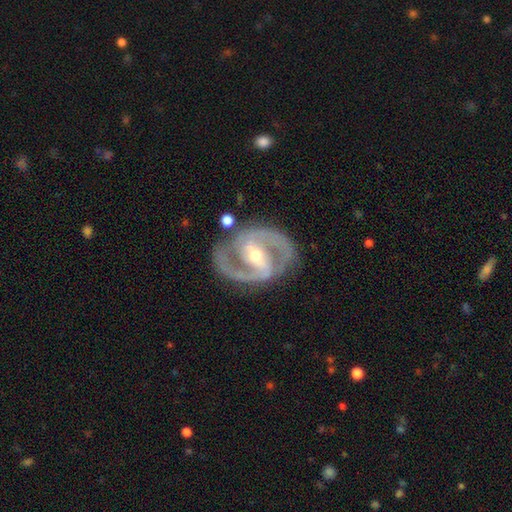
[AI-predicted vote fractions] This appears to be a featured or disk galaxy (92%) with a strong bar (54%), 2 (91%) medium (61%) spiral arms (98%) and a moderate central bulge (55%). Merging: none (80%).